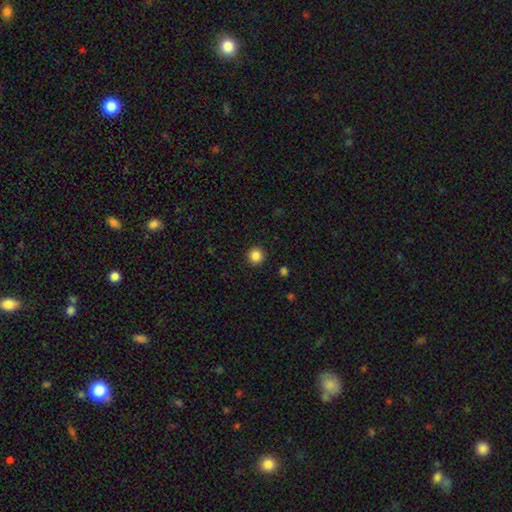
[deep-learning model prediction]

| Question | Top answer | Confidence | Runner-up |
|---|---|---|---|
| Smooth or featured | smooth | 86% | star or artifact (11%) |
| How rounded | round | 94% | in between (5%) |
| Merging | none | 92% | minor disturbance (5%) |